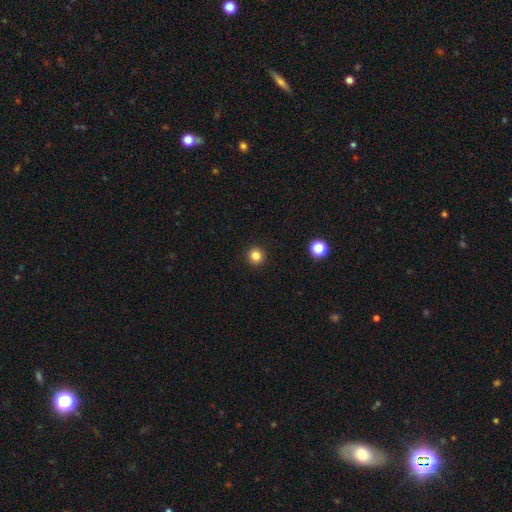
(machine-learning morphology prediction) smooth 83%, star or artifact 13%, featured or disk 4%. Down the decision tree: how rounded — round (95%); merging — none (94%).